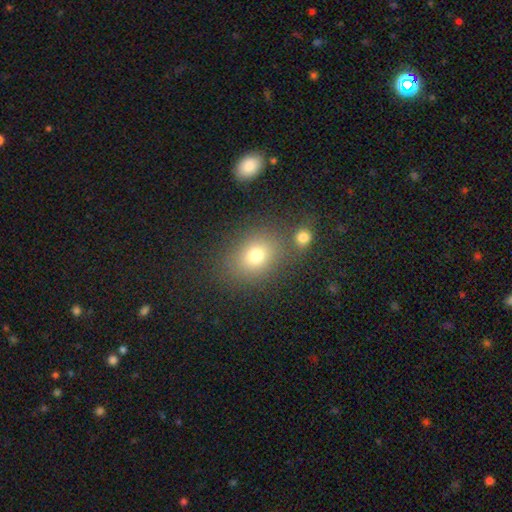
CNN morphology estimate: This is likely a smooth galaxy (75%). How rounded: possibly in between (51%). Merging: likely none (72%).